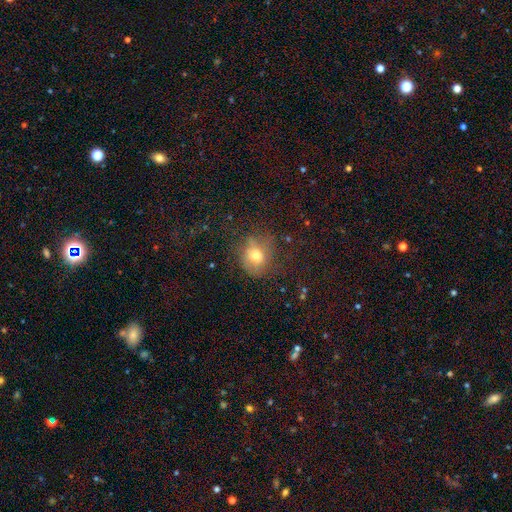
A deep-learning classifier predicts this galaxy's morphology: A smooth galaxy with no disk features (62%) that is round (69%). Merging: none (59%).